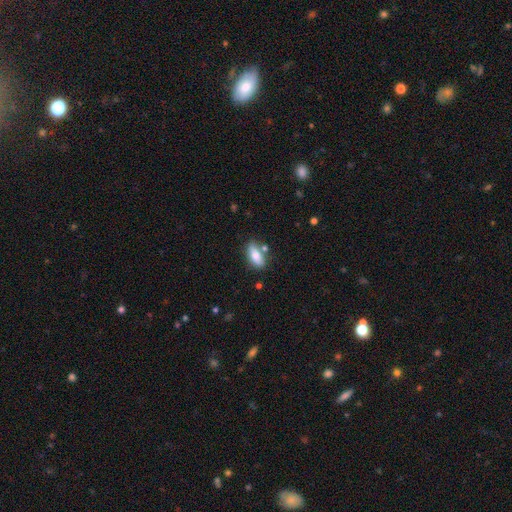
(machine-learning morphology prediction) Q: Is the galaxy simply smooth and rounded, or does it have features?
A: smooth — 78%.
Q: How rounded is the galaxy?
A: in between — 78%.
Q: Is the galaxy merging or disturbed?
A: none — 72%.